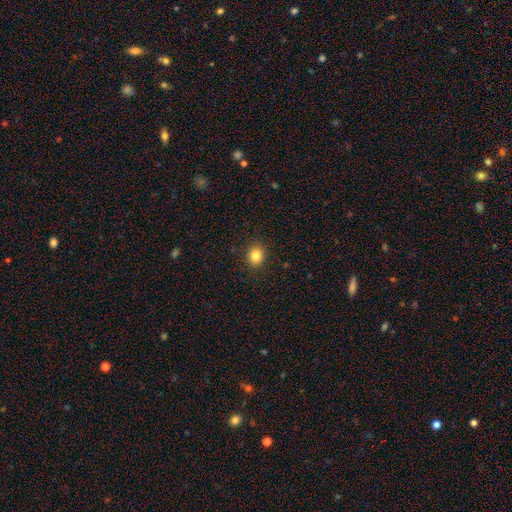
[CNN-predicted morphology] smooth_or_featured: smooth (p=0.84) [alt: star or artifact p=0.11]
how_rounded: round (p=0.71) [alt: in between p=0.28]
merging: none (p=0.89) [alt: minor disturbance p=0.07]